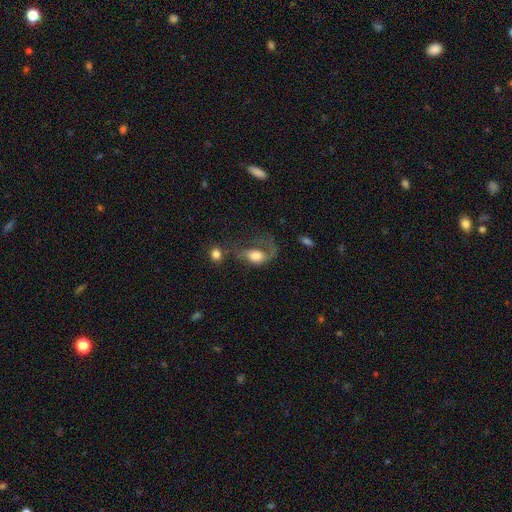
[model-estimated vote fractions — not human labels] Smooth or featured: featured or disk — 55% (smooth — 37%)
Edge-on disk: no — 95% (yes — 5%)
Bar: no — 69% (weak — 25%)
Spiral arms: yes — 80% (no — 20%)
Bulge size: large — 45% (moderate — 37%)
Merging: major disturbance — 50% (none — 25%)